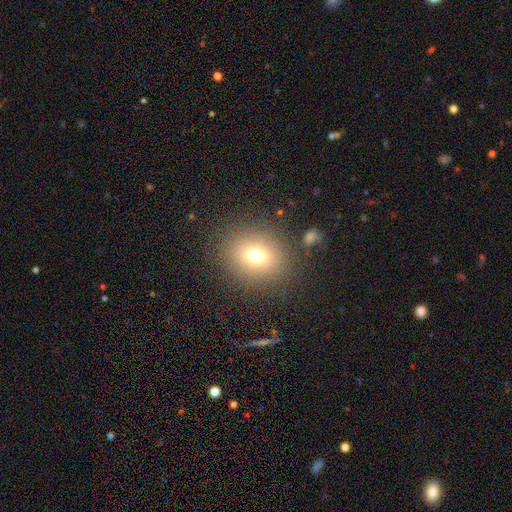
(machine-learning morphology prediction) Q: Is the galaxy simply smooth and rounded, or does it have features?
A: smooth — 71%.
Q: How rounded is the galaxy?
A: round — 66%.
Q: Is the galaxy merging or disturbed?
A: none — 82%.